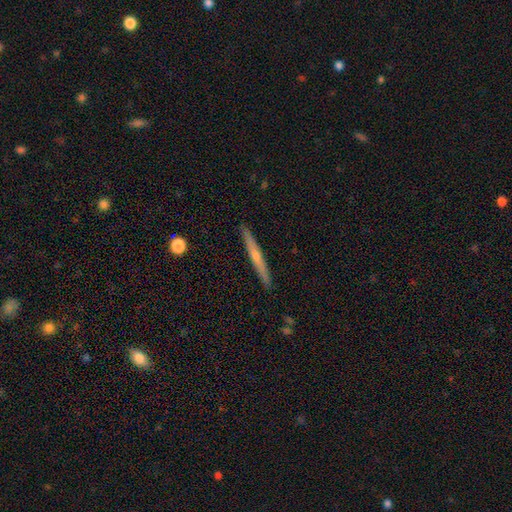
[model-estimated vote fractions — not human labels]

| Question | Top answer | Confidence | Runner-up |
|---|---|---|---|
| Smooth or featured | featured or disk | 65% | smooth (26%) |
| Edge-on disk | yes | 96% | no (4%) |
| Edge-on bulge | rounded | 69% | none (25%) |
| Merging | none | 90% | minor disturbance (7%) |